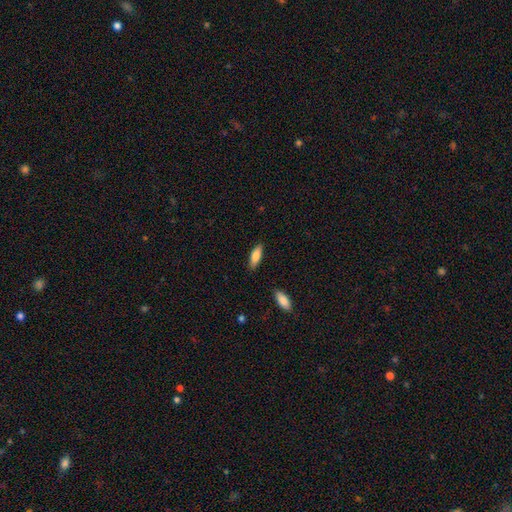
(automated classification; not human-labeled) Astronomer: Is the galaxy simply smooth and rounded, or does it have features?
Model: smooth — 81%.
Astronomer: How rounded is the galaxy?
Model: in between — 67%.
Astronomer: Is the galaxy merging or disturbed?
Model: none — 85%.